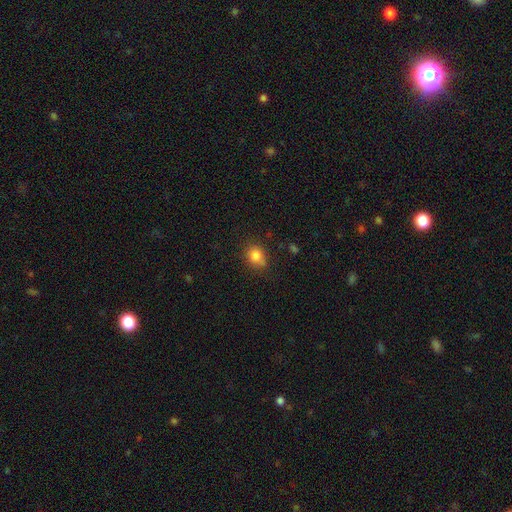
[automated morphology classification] type=smooth (83%); roundness=round (60%); merging=none (71%).